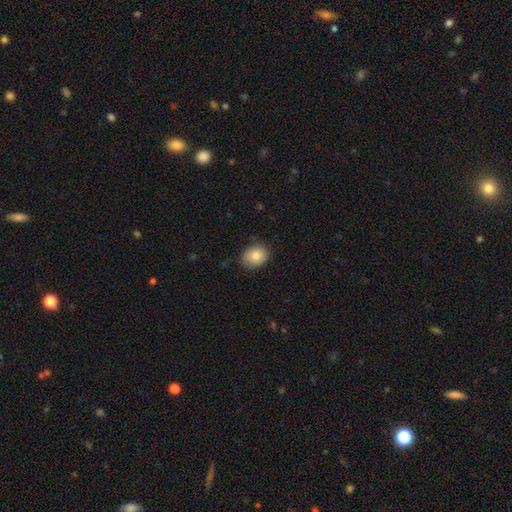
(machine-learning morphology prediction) A smooth galaxy with no disk features (84%) that is in between round and cigar-shaped (57%). Merging: none (81%).